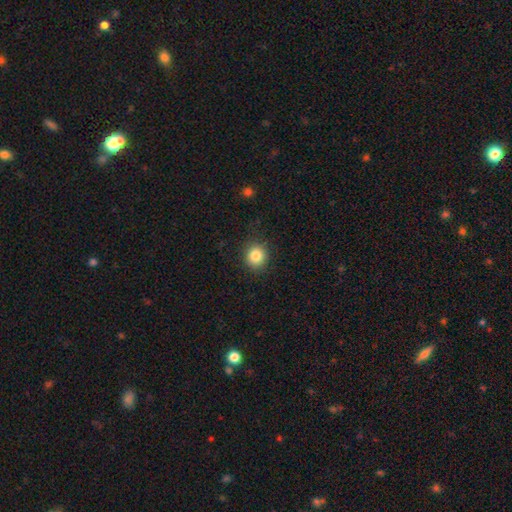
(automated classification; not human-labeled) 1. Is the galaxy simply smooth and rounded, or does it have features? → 85% smooth, 10% star or artifact, 5% featured or disk.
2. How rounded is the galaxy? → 87% round, 12% in between, 1% cigar-shaped.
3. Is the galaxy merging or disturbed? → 88% none, 8% minor disturbance, 2% major disturbance, 1% merger.